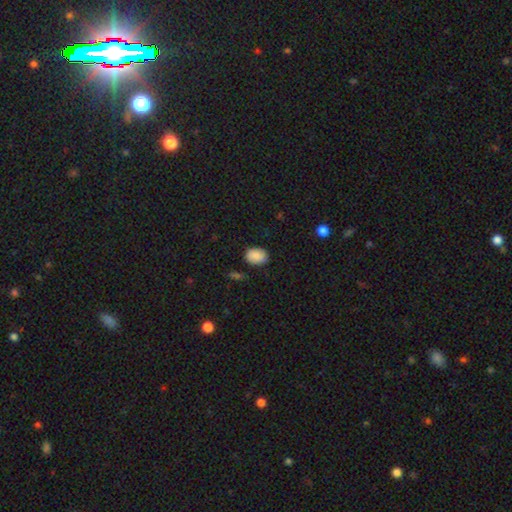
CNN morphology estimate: This appears to be a smooth galaxy with no disk features (87%) that is in between round and cigar-shaped (67%). Merging: none (81%).